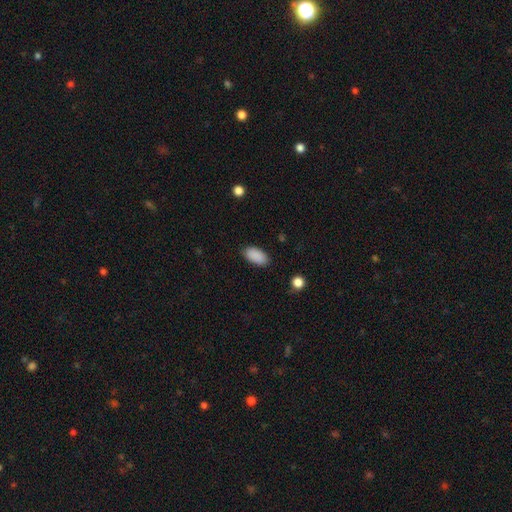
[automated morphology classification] This appears to be a smooth galaxy with no disk features (90%) that is in between round and cigar-shaped (94%). Merging: none (86%).